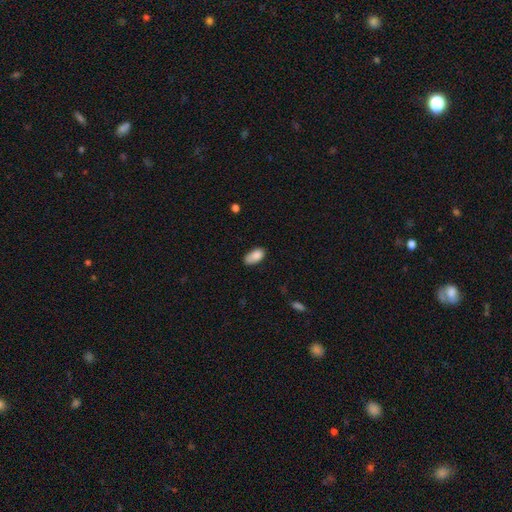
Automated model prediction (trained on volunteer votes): A smooth galaxy with no disk features (85%) that is in between round and cigar-shaped (94%).

Vote fractions:
- Smooth or featured? smooth: 85% / star or artifact: 7% / featured or disk: 7%
- How rounded? in between: 94% / round: 3% / cigar-shaped: 3%
- Merging? none: 67% / minor disturbance: 26% / major disturbance: 5% / merger: 2%